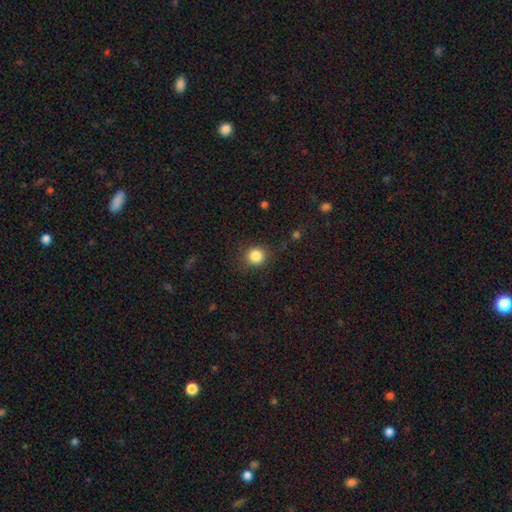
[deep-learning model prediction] Morphology: type=smooth (85%); roundness=round (91%); merging=none (86%).